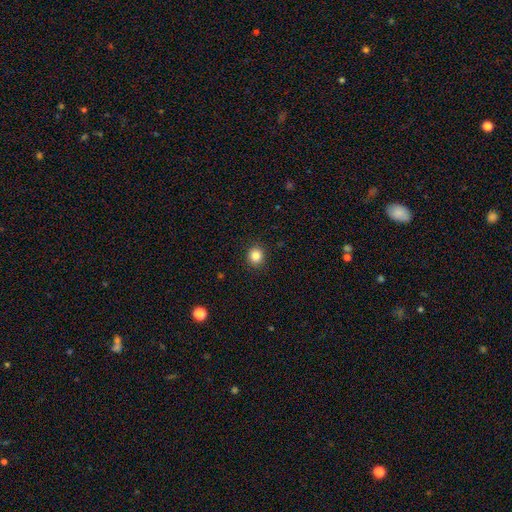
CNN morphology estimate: This appears to be a smooth galaxy with no disk features (85%) that is round (85%). Merging: none (91%).